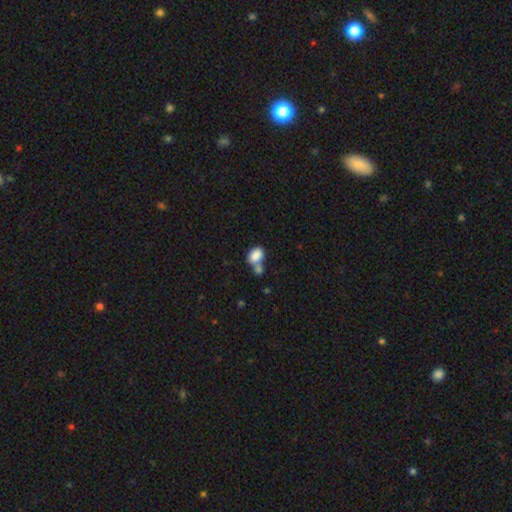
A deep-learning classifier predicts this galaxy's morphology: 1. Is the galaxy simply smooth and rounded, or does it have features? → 84% smooth, 9% star or artifact, 7% featured or disk.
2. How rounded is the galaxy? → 78% in between, 21% round, 1% cigar-shaped.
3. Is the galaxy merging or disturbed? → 49% merger, 34% none, 12% minor disturbance, 5% major disturbance.